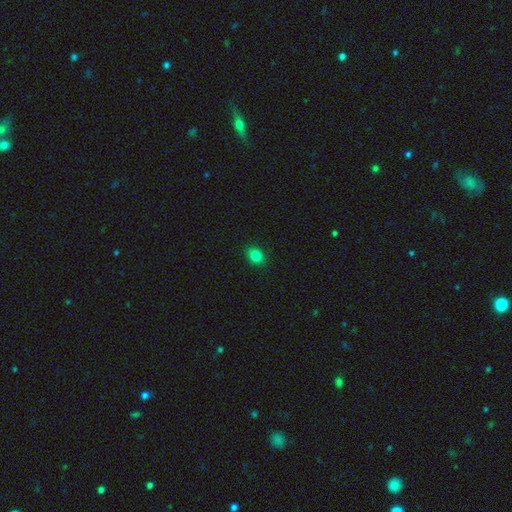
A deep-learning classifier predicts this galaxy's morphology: This appears to be a smooth galaxy with no disk features (83%) that is in between round and cigar-shaped (50%). Merging: none (89%).